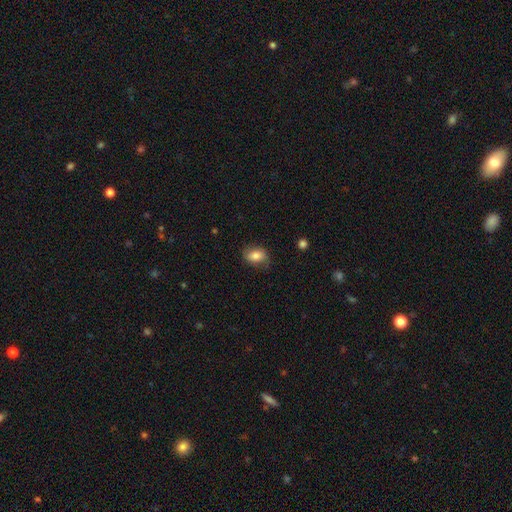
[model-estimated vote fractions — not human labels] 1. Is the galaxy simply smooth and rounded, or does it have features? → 77% smooth, 15% featured or disk, 8% star or artifact.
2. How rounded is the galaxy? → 75% in between, 24% round, 1% cigar-shaped.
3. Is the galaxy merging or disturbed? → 74% none, 19% minor disturbance, 6% major disturbance, 1% merger.